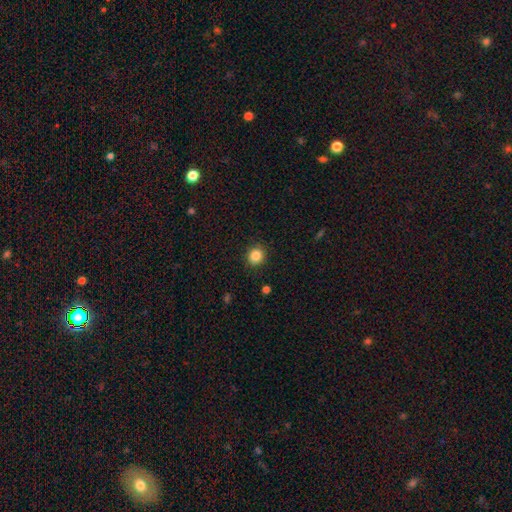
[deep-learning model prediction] Morphology: type=smooth (85%); roundness=round (87%); merging=none (91%).